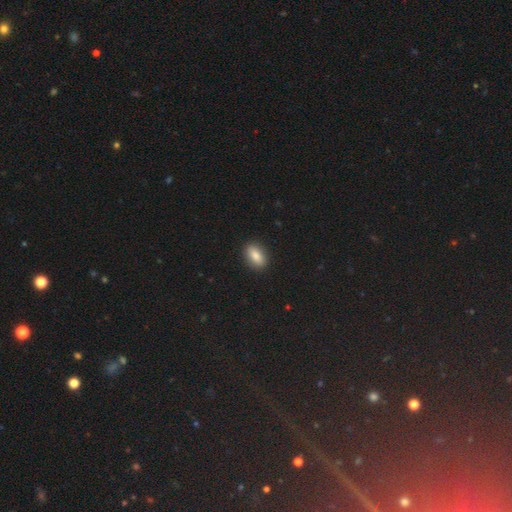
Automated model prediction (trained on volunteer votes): This appears to be a smooth galaxy with no disk features (84%) that is in between round and cigar-shaped (86%). Merging: none (89%).